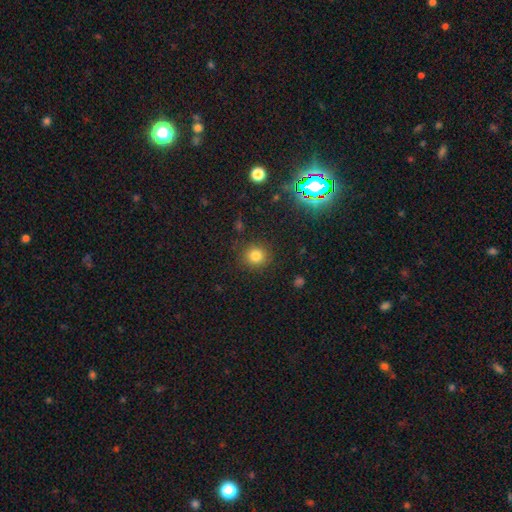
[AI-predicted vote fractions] smooth-or-featured: smooth: 79% | star or artifact: 15% | featured or disk: 6%
  how-rounded: round: 88% | in between: 11% | cigar-shaped: 1%
  merging: none: 88% | minor disturbance: 8% | major disturbance: 3% | merger: 2%